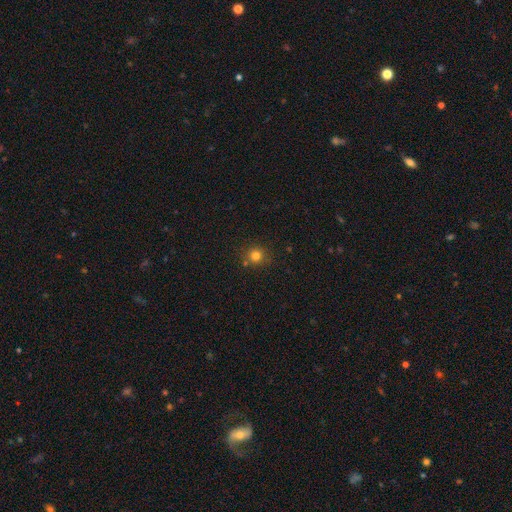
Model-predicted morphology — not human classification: Smooth or featured? Predicted: smooth (p=0.79). How rounded? Predicted: round (p=0.91). Merging? Predicted: none (p=0.78).